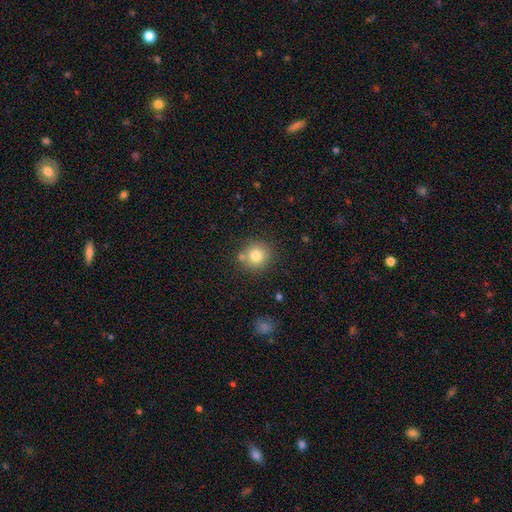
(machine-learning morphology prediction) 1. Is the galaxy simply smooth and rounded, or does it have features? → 78% smooth, 11% star or artifact, 10% featured or disk.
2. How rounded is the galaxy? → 89% round, 11% in between, 1% cigar-shaped.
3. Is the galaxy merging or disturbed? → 74% none, 12% merger, 11% minor disturbance, 3% major disturbance.